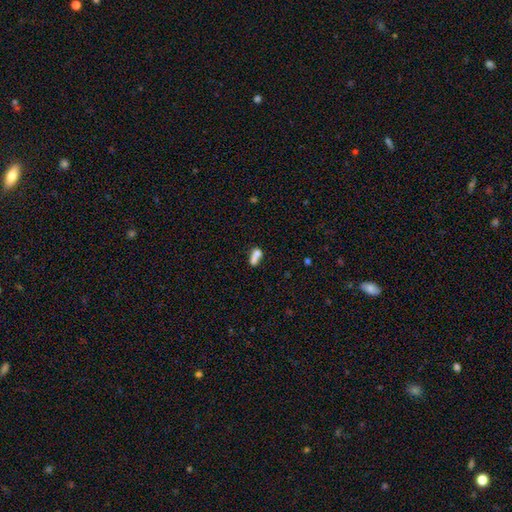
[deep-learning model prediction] Smooth or featured?
  - smooth: 72% *
  - featured or disk: 16%
  - star or artifact: 11%
How rounded?
  - in between: 68% *
  - cigar-shaped: 16%
  - round: 16%
Merging?
  - merger: 55% *
  - none: 26%
  - minor disturbance: 11%
  - major disturbance: 8%